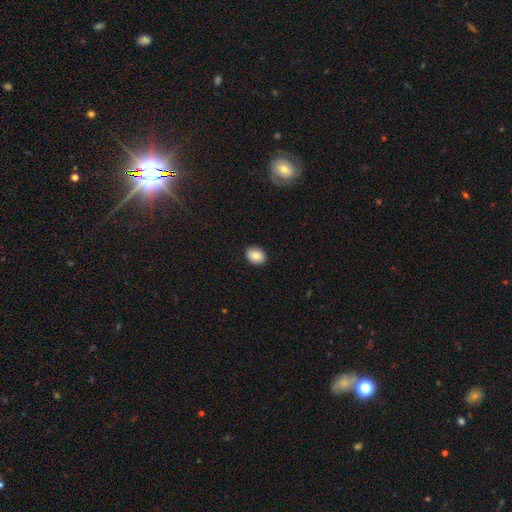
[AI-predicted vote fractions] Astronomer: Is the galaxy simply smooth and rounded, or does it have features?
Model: smooth — 87%.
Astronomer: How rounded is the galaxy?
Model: in between — 67%.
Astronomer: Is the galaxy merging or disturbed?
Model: none — 90%.